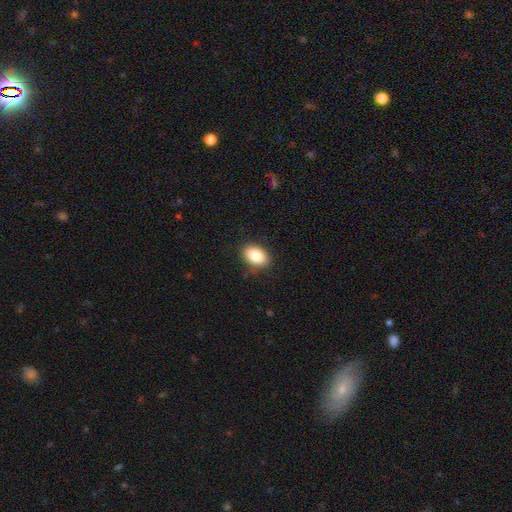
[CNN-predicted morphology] type=smooth (84%); roundness=in between (85%); merging=none (87%).